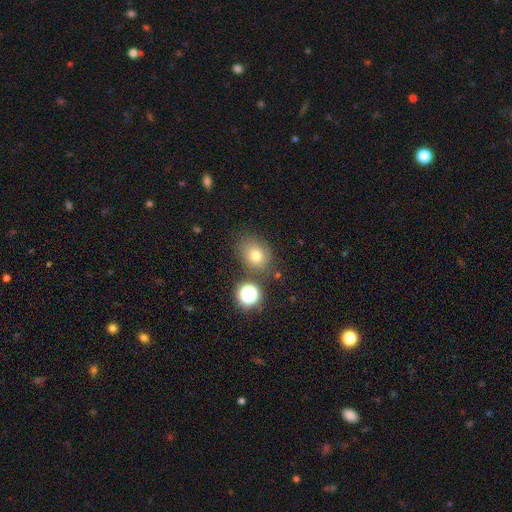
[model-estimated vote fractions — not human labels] Q: Smooth or featured?
A: smooth (74%); runner-up: star or artifact (16%)
Q: How rounded?
A: round (53%); runner-up: in between (46%)
Q: Merging?
A: none (75%); runner-up: minor disturbance (13%)